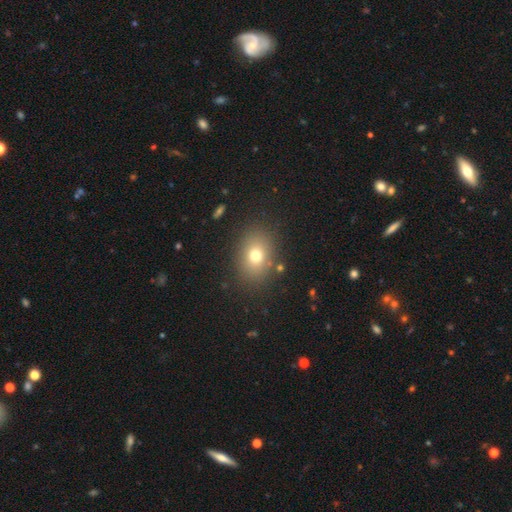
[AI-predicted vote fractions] Morphology: type=smooth (73%); roundness=in between (59%); merging=none (85%).